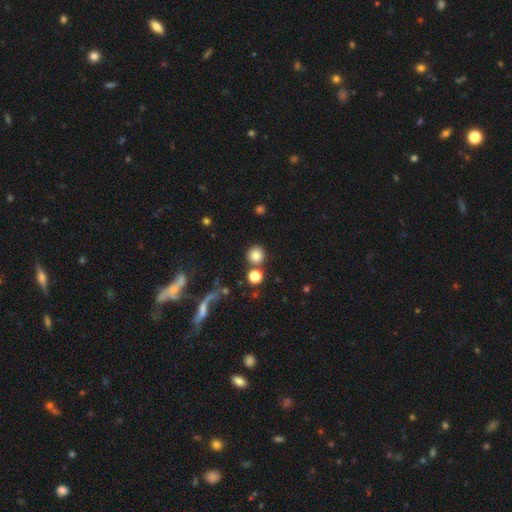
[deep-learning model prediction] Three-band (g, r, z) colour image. It shows a smooth galaxy with no disk features (80%) that is round (93%). Merging: none (78%).